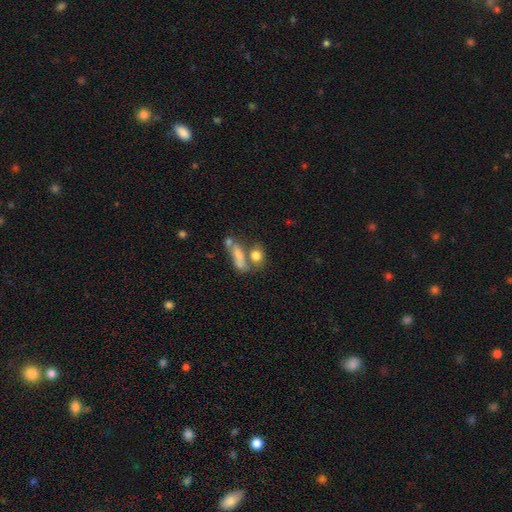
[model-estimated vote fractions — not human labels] smooth 76%, featured or disk 14%, star or artifact 10%. Down the decision tree: how rounded — in between (48%); merging — none (43%).